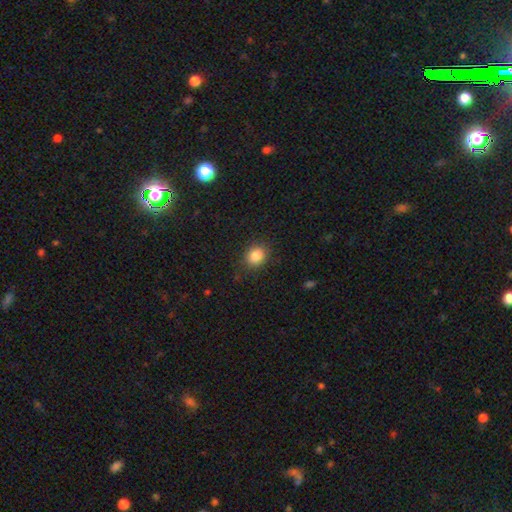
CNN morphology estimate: A smooth galaxy with no disk features (85%) that is round (58%). Merging: none (86%).